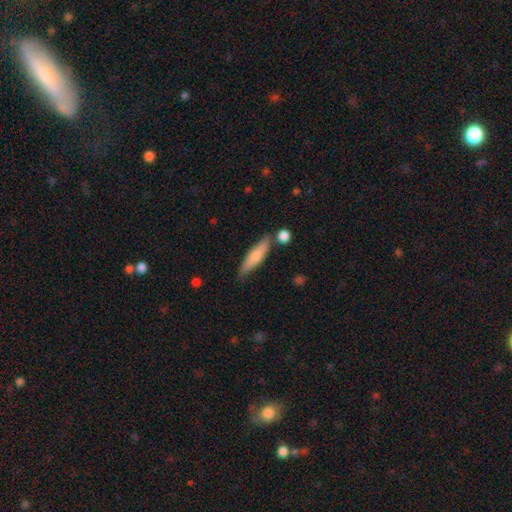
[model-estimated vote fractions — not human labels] Smooth or featured?
  - smooth: 65% *
  - featured or disk: 29%
  - star or artifact: 6%
How rounded?
  - cigar-shaped: 74% *
  - in between: 24%
  - round: 2%
Merging?
  - none: 71% *
  - minor disturbance: 16%
  - merger: 9%
  - major disturbance: 4%